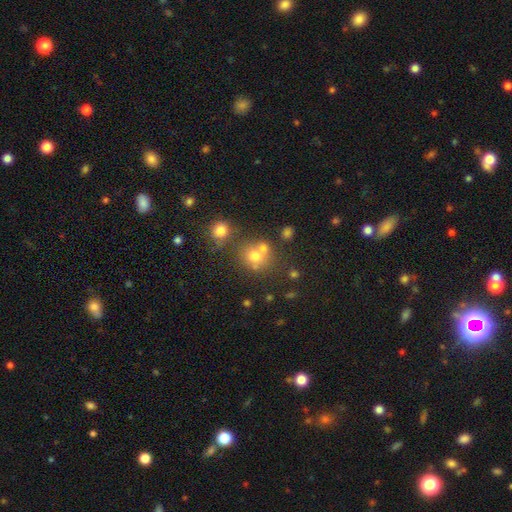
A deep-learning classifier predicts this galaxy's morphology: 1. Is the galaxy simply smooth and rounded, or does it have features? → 68% smooth, 18% star or artifact, 14% featured or disk.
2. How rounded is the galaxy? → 80% round, 19% in between, 1% cigar-shaped.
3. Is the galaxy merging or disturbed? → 50% none, 35% merger, 11% minor disturbance, 5% major disturbance.